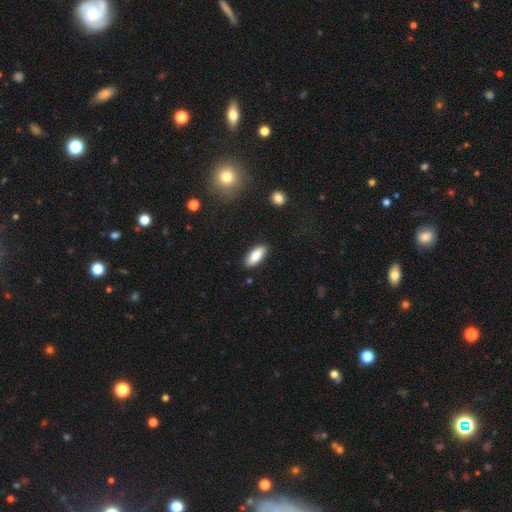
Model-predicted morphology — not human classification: This is clearly a smooth galaxy (85%). How rounded: likely in between (80%). Merging: clearly none (88%).